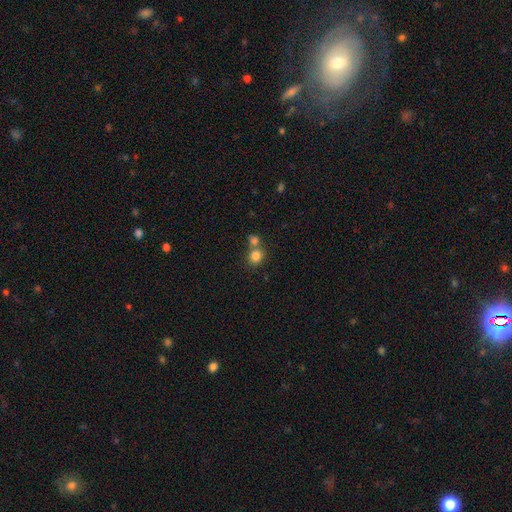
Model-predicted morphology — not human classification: Smooth or featured? smooth (82%)
How rounded? round (83%)
Merging? none (53%)